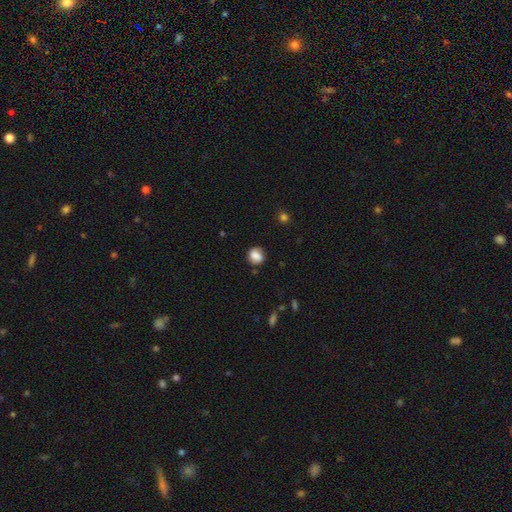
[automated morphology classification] Overall: smooth (83%). How rounded: round (66%; in between 33%). Merging: none (76%).